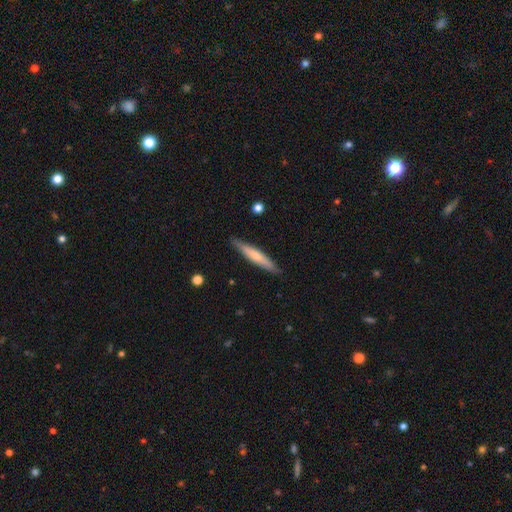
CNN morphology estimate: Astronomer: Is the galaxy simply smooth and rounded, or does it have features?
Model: smooth — 59% (runner-up: featured or disk, 36%).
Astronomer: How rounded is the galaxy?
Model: cigar-shaped — 92%.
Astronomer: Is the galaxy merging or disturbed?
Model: none — 88%.